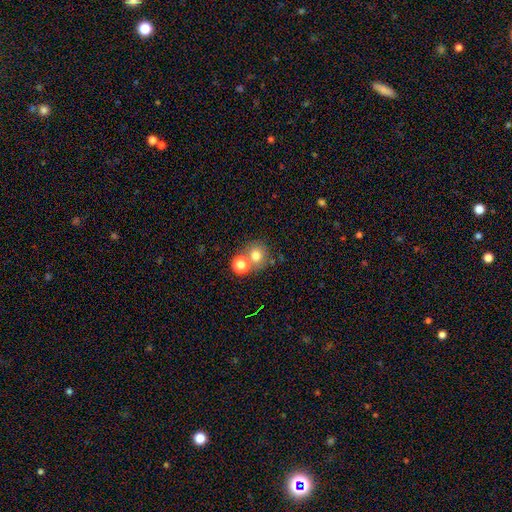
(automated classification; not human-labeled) smooth_or_featured: smooth (p=0.74) [alt: star or artifact p=0.15]
how_rounded: round (p=0.83) [alt: in between p=0.16]
merging: none (p=0.57) [alt: merger p=0.31]